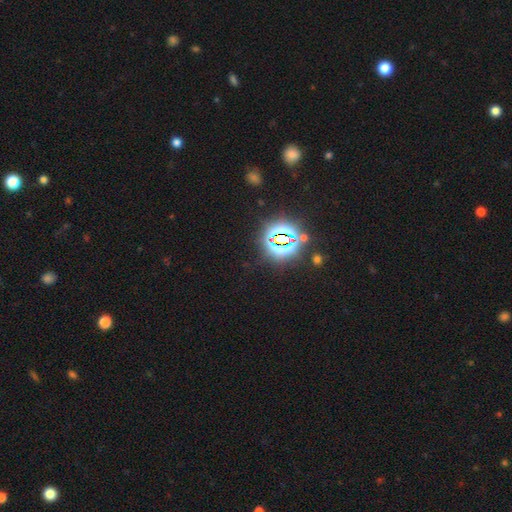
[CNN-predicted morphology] The model was most divided on "smooth or featured": star or artifact: 85%, smooth: 10%, featured or disk: 6%.